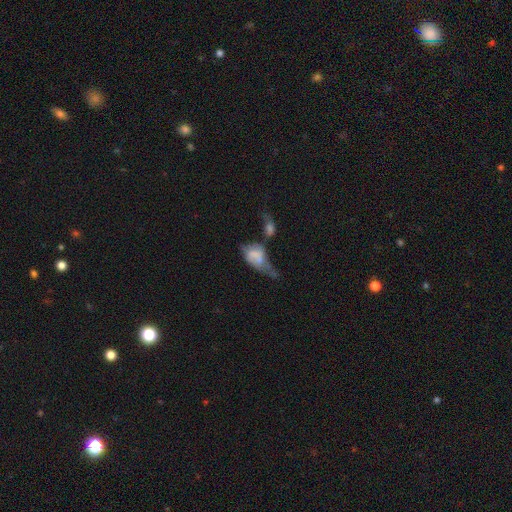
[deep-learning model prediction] Smooth or featured? smooth (54%)
How rounded? in between (82%)
Merging? merger (47%)